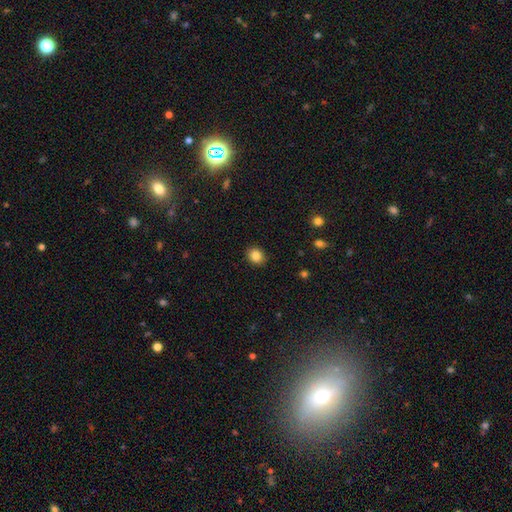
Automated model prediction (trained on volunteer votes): A smooth galaxy with no disk features (85%) that is round (57%).

Vote fractions:
- Smooth or featured? smooth: 85% / star or artifact: 10% / featured or disk: 5%
- How rounded? round: 57% / in between: 42% / cigar-shaped: 1%
- Merging? none: 90% / minor disturbance: 7% / major disturbance: 2% / merger: 1%